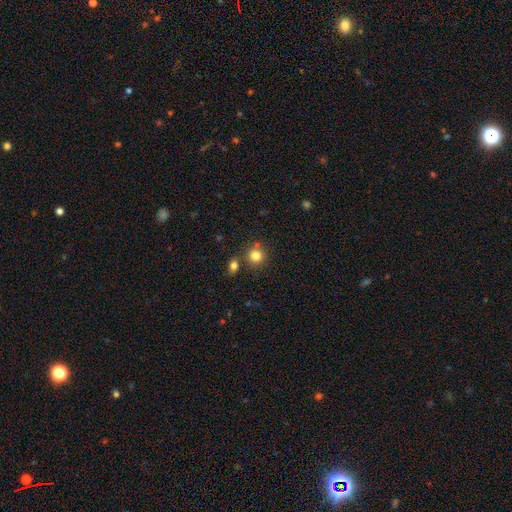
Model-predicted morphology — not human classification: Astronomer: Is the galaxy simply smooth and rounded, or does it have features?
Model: smooth — 82%.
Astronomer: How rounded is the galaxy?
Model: round — 90%.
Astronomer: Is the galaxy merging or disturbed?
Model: none — 74%.